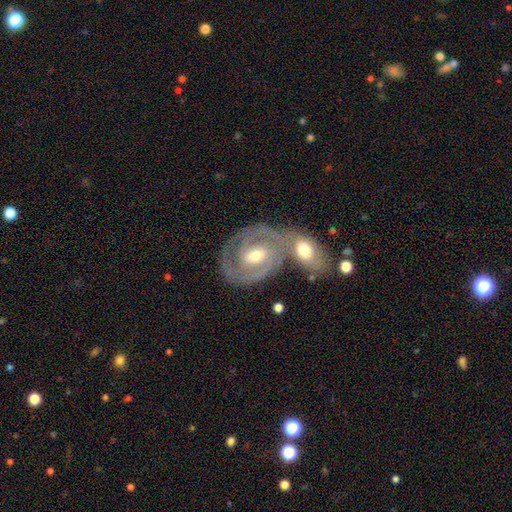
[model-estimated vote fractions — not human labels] A featured or disk galaxy (83%) with a weak bar (47%), 2 (69%) tight (61%) spiral arms (91%) and a moderate central bulge (65%). Merging: none (42%).